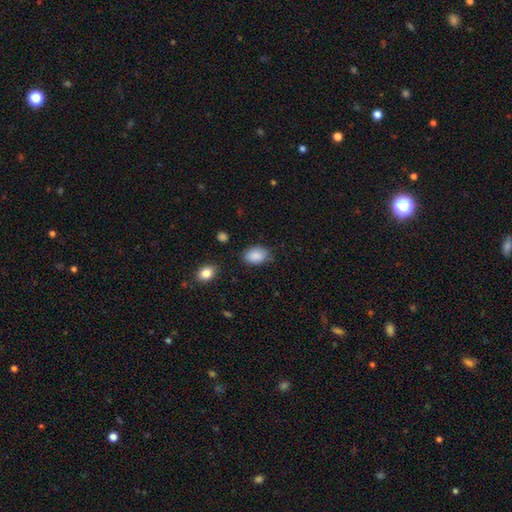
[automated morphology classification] This is clearly a smooth galaxy (87%). How rounded: clearly in between (83%). Merging: likely none (73%).